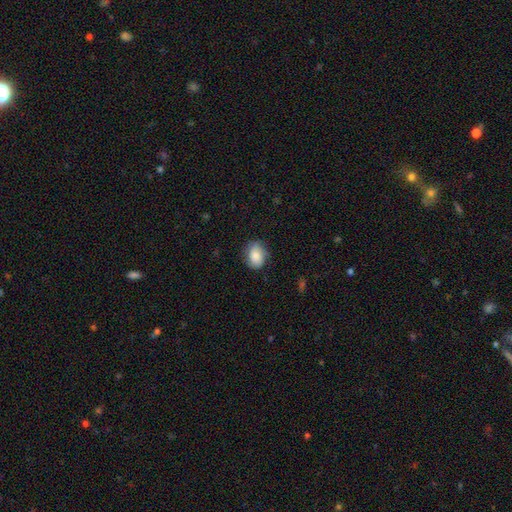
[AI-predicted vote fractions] A smooth galaxy with no disk features (74%) that is in between round and cigar-shaped (62%). Merging: none (70%).